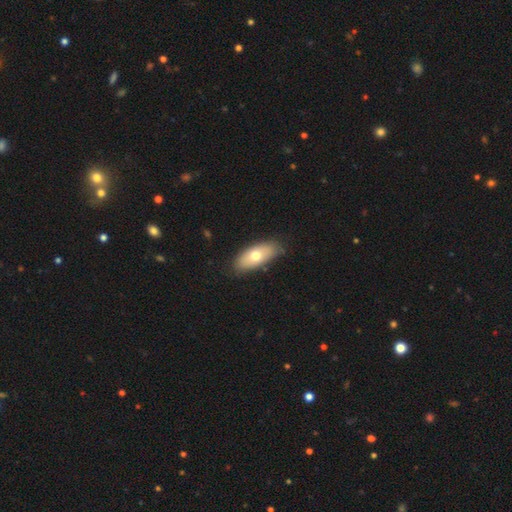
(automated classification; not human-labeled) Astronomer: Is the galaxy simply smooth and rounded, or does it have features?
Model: smooth — 66%.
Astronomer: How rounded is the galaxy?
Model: in between — 84%.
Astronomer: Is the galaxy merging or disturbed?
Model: none — 81%.